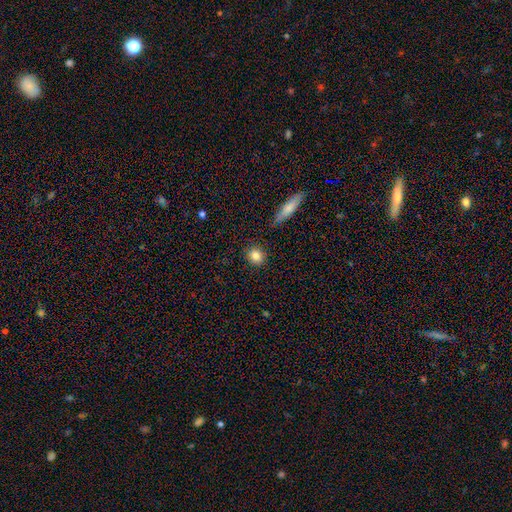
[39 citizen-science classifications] Smooth or featured? 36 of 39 (92%) said smooth. How rounded? 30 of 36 (83%) said round. Merging? 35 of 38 (92%) said none.